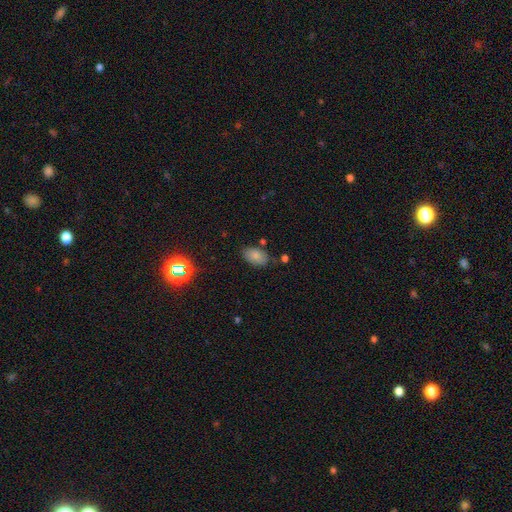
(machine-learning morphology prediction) smooth_or_featured: smooth (p=0.79) [alt: star or artifact p=0.11]
how_rounded: in between (p=0.91) [alt: round p=0.07]
merging: none (p=0.77) [alt: minor disturbance p=0.15]